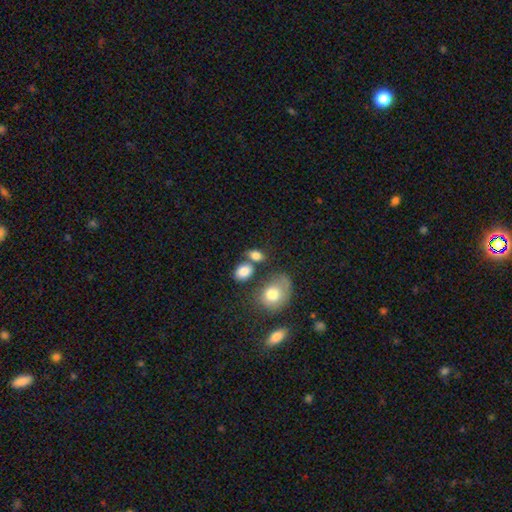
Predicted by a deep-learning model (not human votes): Smooth or featured? smooth (81%)
How rounded? in between (76%)
Merging? none (50%)